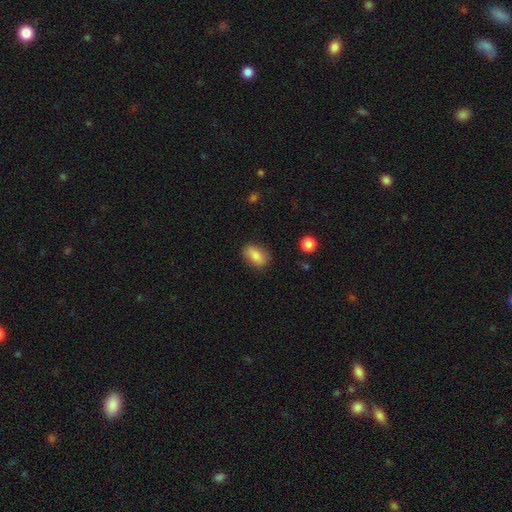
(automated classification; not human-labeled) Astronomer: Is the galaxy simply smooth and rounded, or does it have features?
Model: smooth — 84%.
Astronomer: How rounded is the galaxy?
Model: in between — 87%.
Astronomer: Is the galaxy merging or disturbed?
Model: none — 83%.